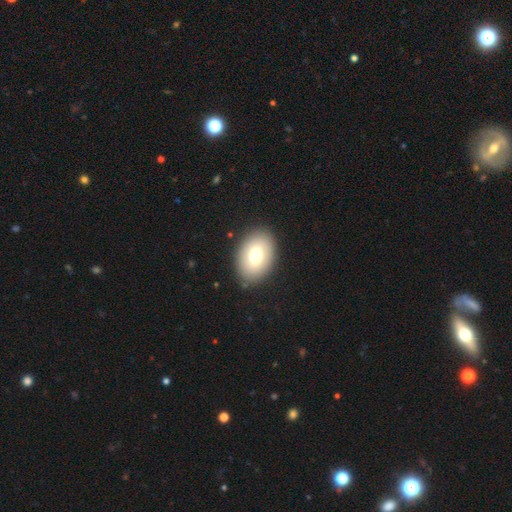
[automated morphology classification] Q: Smooth or featured?
A: smooth (71%); runner-up: featured or disk (21%)
Q: How rounded?
A: in between (86%); runner-up: round (13%)
Q: Merging?
A: none (86%); runner-up: minor disturbance (9%)